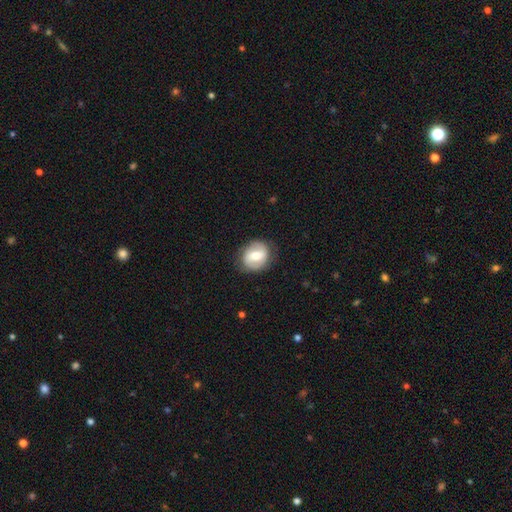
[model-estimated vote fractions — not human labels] Smooth or featured?
  - featured or disk: 51% *
  - smooth: 43%
  - star or artifact: 6%
Edge-on disk?
  - no: 97% *
  - yes: 3%
Merging?
  - none: 83% *
  - minor disturbance: 12%
  - major disturbance: 4%
  - merger: 1%